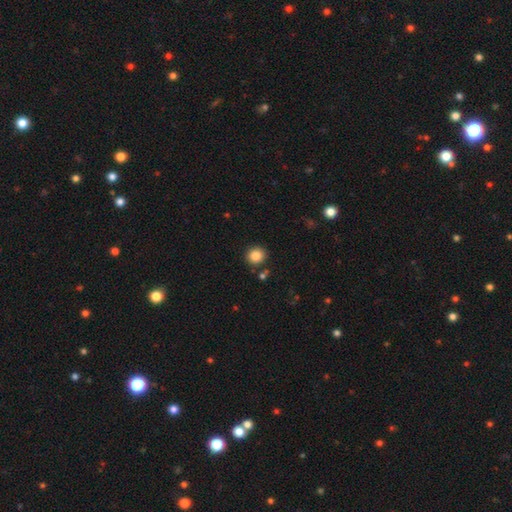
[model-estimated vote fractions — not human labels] Morphology: type=smooth (86%); roundness=round (87%); merging=none (87%).